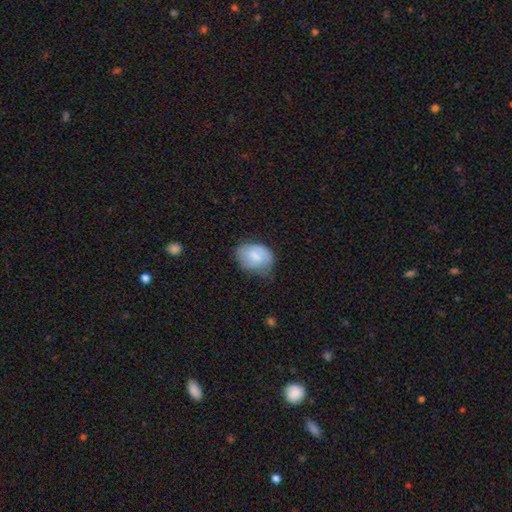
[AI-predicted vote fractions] Smooth or featured? smooth (63%)
How rounded? in between (75%)
Merging? none (49%)